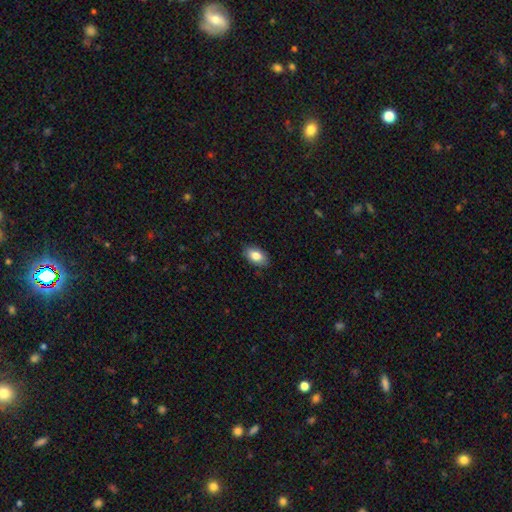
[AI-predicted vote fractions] Q: Smooth or featured?
A: smooth (82%); runner-up: featured or disk (11%)
Q: How rounded?
A: in between (92%); runner-up: round (6%)
Q: Merging?
A: none (85%); runner-up: minor disturbance (11%)